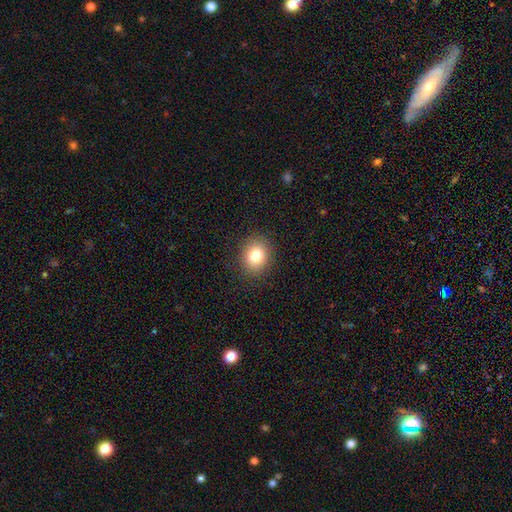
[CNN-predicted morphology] A smooth galaxy with no disk features (81%) that is round (63%).

Vote fractions:
- Smooth or featured? smooth: 81% / star or artifact: 11% / featured or disk: 8%
- How rounded? round: 63% / in between: 36% / cigar-shaped: 1%
- Merging? none: 89% / minor disturbance: 7% / major disturbance: 3% / merger: 1%